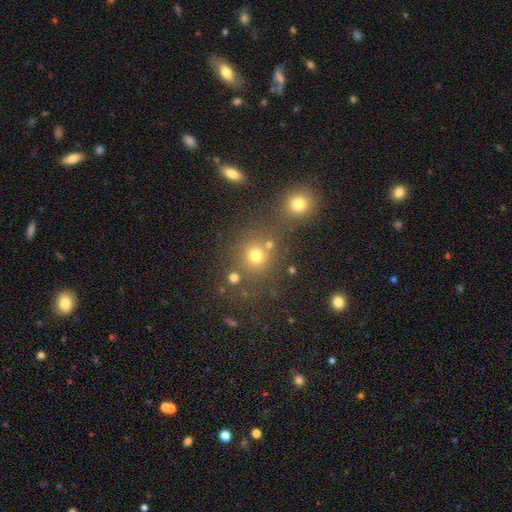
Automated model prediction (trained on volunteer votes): This is likely a smooth galaxy (71%). How rounded: clearly round (86%). Merging: likely none (65%).